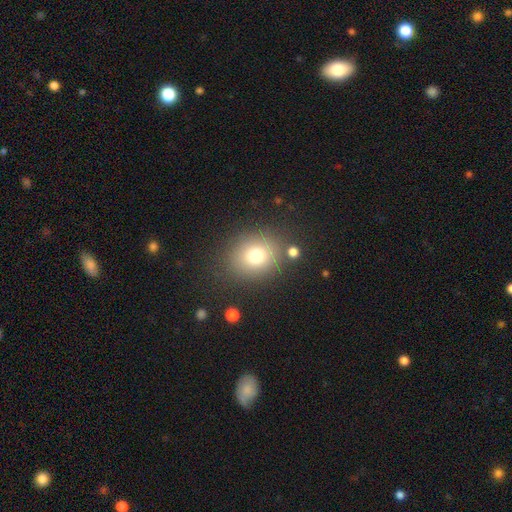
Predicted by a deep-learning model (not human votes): This is likely a smooth galaxy (75%). How rounded: likely round (70%). Merging: clearly none (81%).